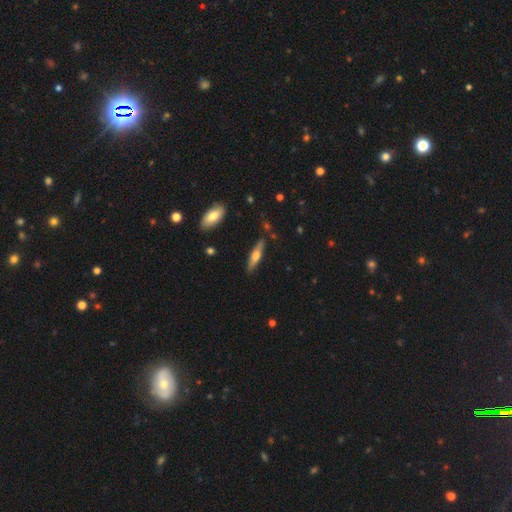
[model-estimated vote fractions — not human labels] The model was most divided on "smooth or featured" (2-way tie): smooth: 47%, featured or disk: 47%, star or artifact: 6%. More confident: merging — none (85%).